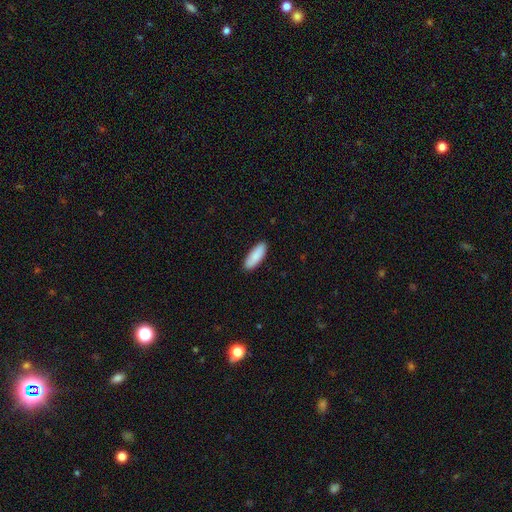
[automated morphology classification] Smooth or featured?
  - smooth: 88% *
  - featured or disk: 6%
  - star or artifact: 5%
How rounded?
  - in between: 67% *
  - cigar-shaped: 32%
  - round: 2%
Merging?
  - none: 89% *
  - minor disturbance: 9%
  - major disturbance: 2%
  - merger: 1%